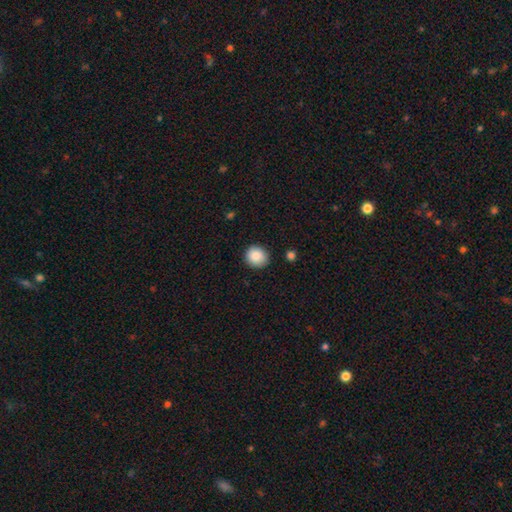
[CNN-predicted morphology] This is clearly a smooth galaxy (87%). How rounded: clearly round (86%). Merging: clearly none (89%).